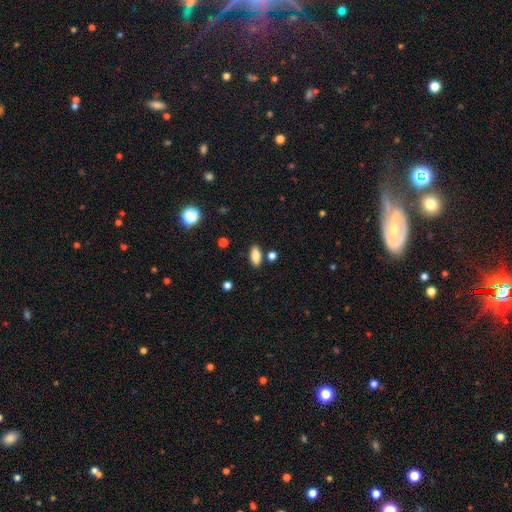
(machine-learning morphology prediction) Smooth or featured: smooth — 82% (featured or disk — 10%)
How rounded: in between — 86% (cigar-shaped — 11%)
Merging: none — 84% (minor disturbance — 9%)